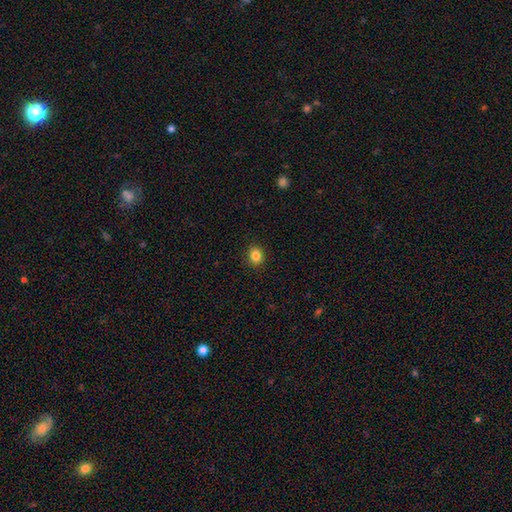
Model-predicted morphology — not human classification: Smooth or featured? Predicted: smooth (p=0.84). How rounded? Predicted: round (p=0.69). Merging? Predicted: none (p=0.91).